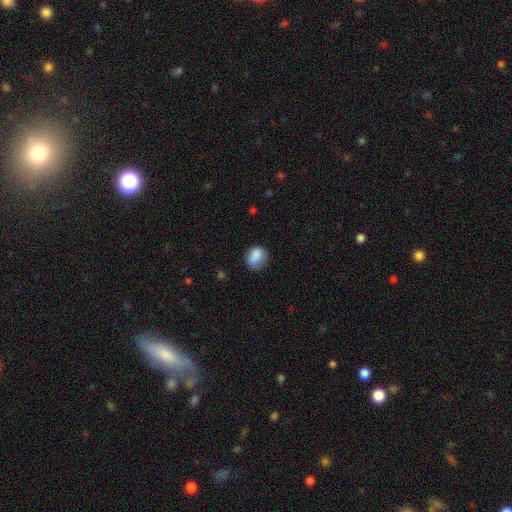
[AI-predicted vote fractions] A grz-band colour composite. It shows a smooth galaxy with no disk features (81%) that is round (58%). Merging: none (60%).